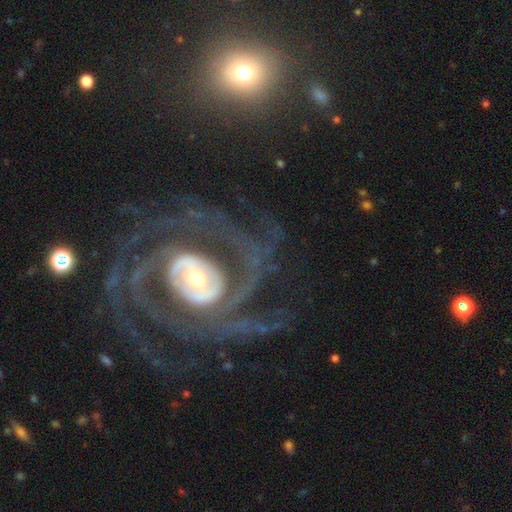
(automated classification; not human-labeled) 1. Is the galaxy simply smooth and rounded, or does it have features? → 90% featured or disk, 6% star or artifact, 4% smooth.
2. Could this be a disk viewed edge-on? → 97% no, 3% yes.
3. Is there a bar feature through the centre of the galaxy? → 46% no, 28% weak, 26% strong.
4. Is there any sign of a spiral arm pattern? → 95% yes, 5% no.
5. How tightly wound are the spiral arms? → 49% tight, 38% medium, 14% loose.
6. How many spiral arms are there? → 38% 2, 18% 3, 17% can't tell, 10% 4, 9% more than 4, 8% 1.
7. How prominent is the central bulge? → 46% moderate, 40% small, 11% large, 2% dominant, 1% none.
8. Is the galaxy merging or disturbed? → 63% none, 21% major disturbance, 13% minor disturbance, 3% merger.